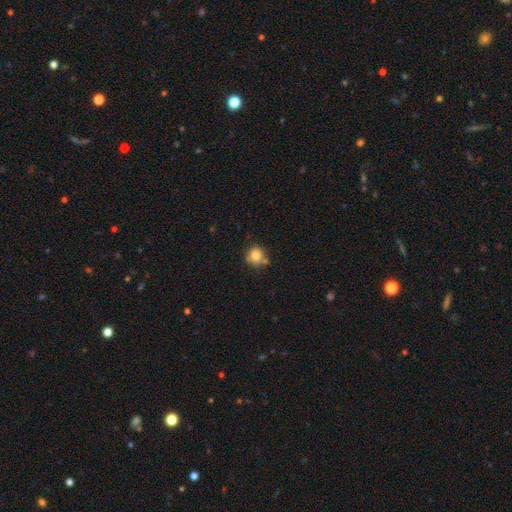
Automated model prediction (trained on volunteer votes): This appears to be a smooth galaxy with no disk features (81%) that is round (86%). Merging: none (67%).